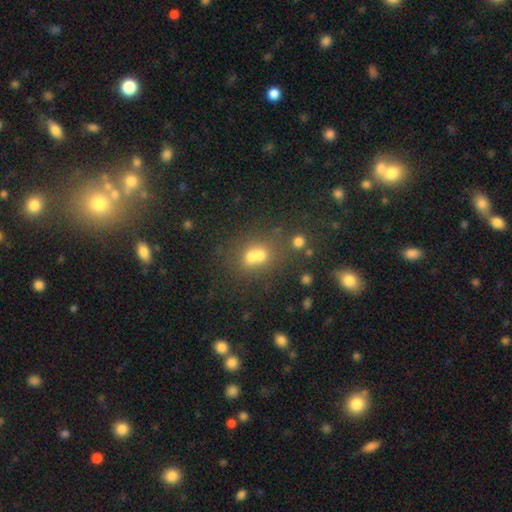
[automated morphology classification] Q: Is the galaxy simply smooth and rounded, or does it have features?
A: smooth — 60%.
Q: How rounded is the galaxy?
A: round — 69%.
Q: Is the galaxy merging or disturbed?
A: merger — 56%.